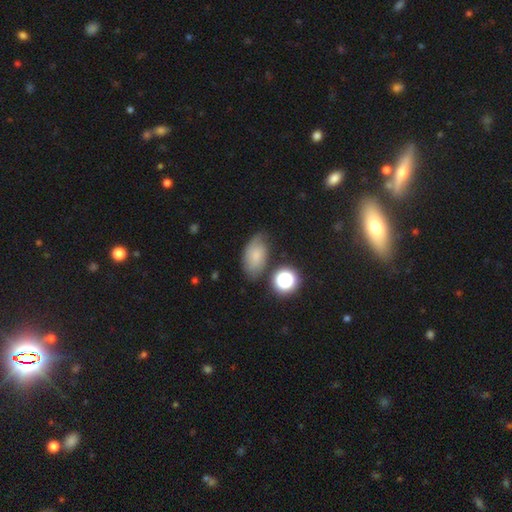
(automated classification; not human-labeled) Smooth or featured? Predicted: smooth (p=0.62). How rounded? Predicted: in between (p=0.86). Merging? Predicted: none (p=0.65).